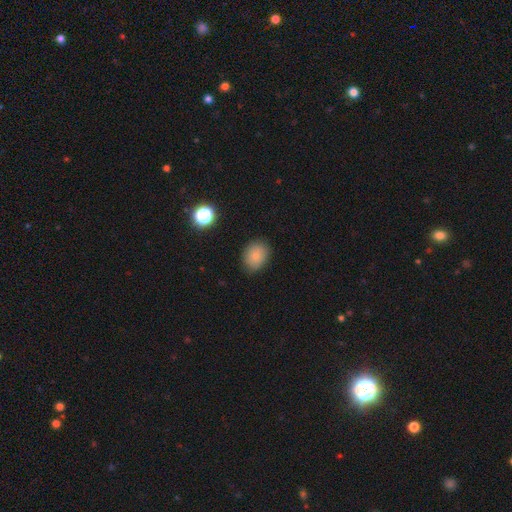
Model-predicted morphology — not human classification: This is clearly a smooth galaxy (80%). How rounded: possibly in between (50%). Merging: clearly none (81%).